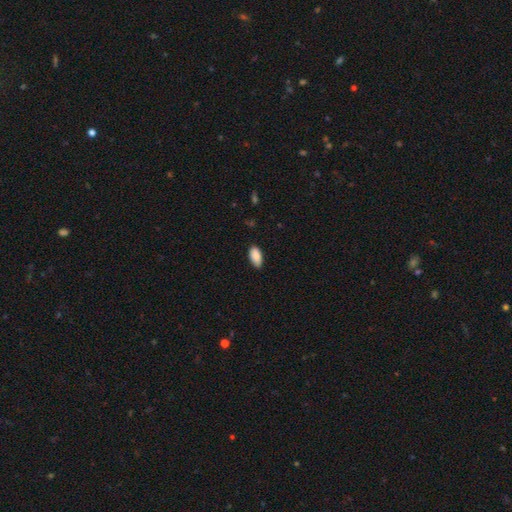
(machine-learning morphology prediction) Q: Smooth or featured?
A: smooth (89%); runner-up: star or artifact (6%)
Q: How rounded?
A: in between (94%); runner-up: cigar-shaped (4%)
Q: Merging?
A: none (84%); runner-up: minor disturbance (13%)